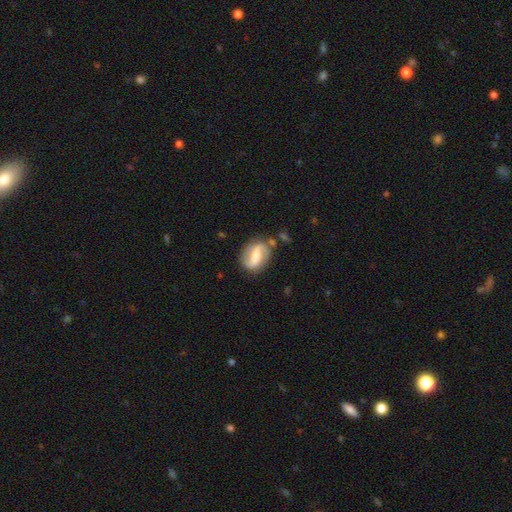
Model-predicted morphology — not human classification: Smooth or featured? Predicted: featured or disk (p=0.73). Edge-on disk? Predicted: no (p=0.97). Bar? Predicted: strong (p=0.43). Spiral arms? Predicted: yes (p=0.90). Spiral winding? Predicted: loose (p=0.48). Spiral arm count? Predicted: 2 (p=0.90). Bulge size? Predicted: moderate (p=0.48). Merging? Predicted: none (p=0.75).